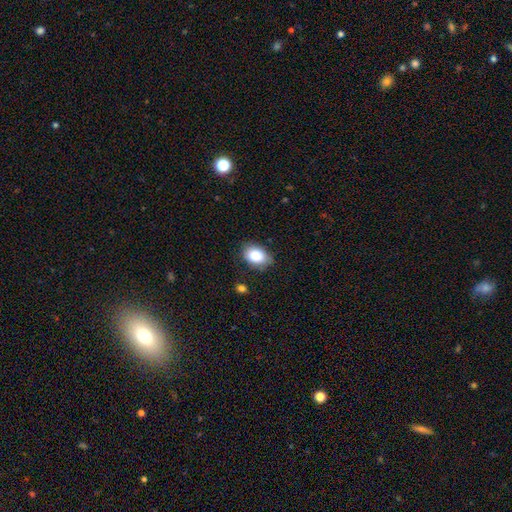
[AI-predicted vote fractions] Smooth or featured?
  - smooth: 86% *
  - star or artifact: 8%
  - featured or disk: 6%
How rounded?
  - in between: 83% *
  - round: 16%
  - cigar-shaped: 1%
Merging?
  - none: 75% *
  - minor disturbance: 19%
  - major disturbance: 4%
  - merger: 2%